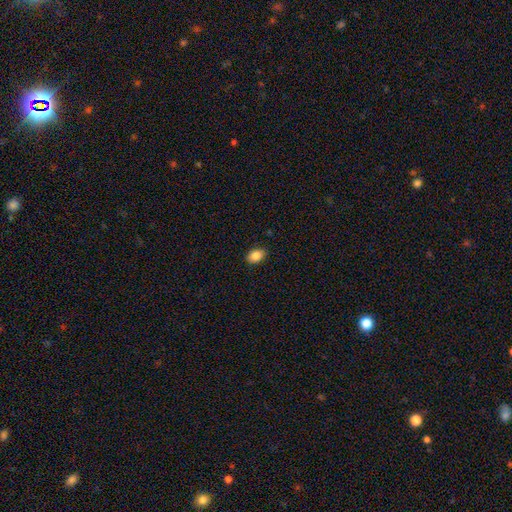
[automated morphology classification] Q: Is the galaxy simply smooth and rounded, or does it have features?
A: smooth — 86%.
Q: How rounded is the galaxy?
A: in between — 81%.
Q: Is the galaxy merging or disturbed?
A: none — 88%.